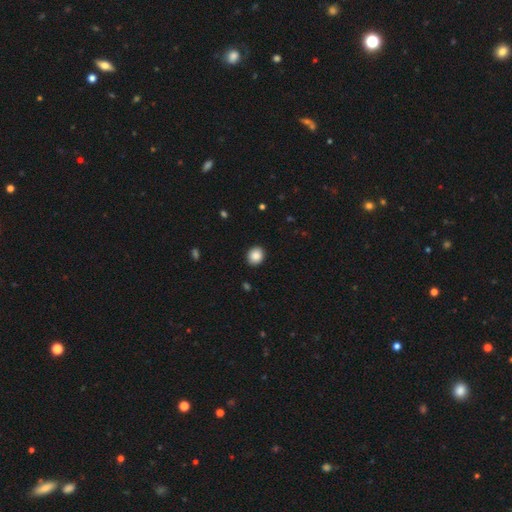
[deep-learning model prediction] Smooth or featured: smooth — 87% (star or artifact — 9%)
How rounded: round — 70% (in between — 29%)
Merging: none — 91% (minor disturbance — 6%)